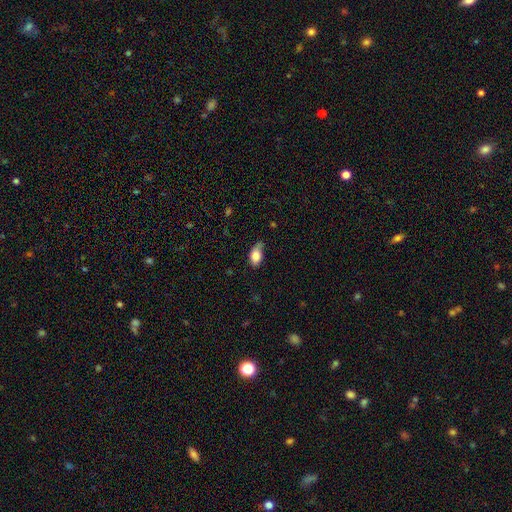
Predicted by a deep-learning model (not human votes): Smooth or featured?
  - smooth: 83% *
  - featured or disk: 10%
  - star or artifact: 7%
How rounded?
  - in between: 89% *
  - round: 8%
  - cigar-shaped: 2%
Merging?
  - none: 45% *
  - minor disturbance: 40%
  - major disturbance: 11%
  - merger: 4%